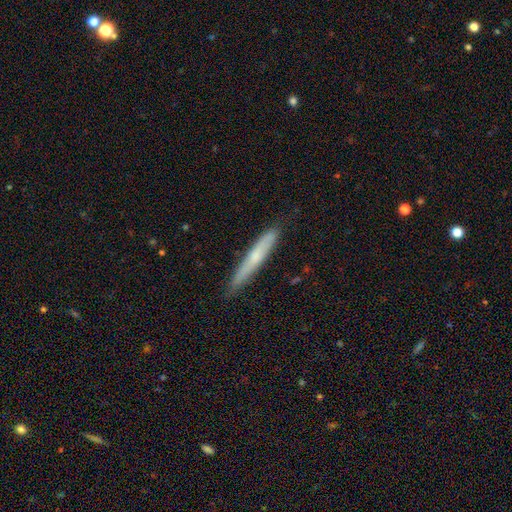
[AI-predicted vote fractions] smooth_or_featured: smooth (p=0.55) [alt: featured or disk p=0.39]
how_rounded: cigar-shaped (p=0.95) [alt: in between p=0.04]
merging: none (p=0.83) [alt: minor disturbance p=0.14]